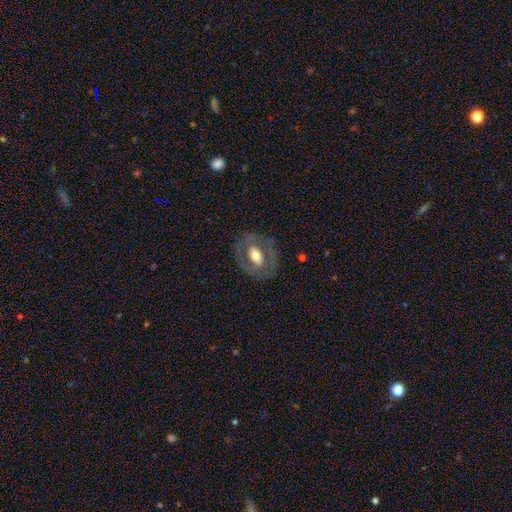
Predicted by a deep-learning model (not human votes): The model was most divided on "smooth or featured": featured or disk: 55%, smooth: 39%, star or artifact: 7%. More confident: edge-on disk — no (91%); merging — none (77%).